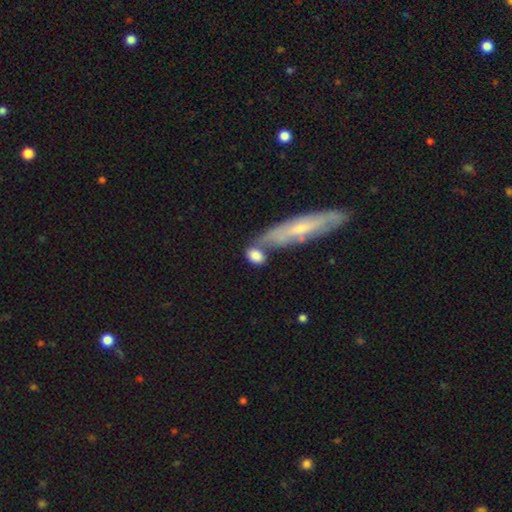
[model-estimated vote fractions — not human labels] Overall: smooth (78%). How rounded: in between (76%). Merging: none (39%; merger 32%).